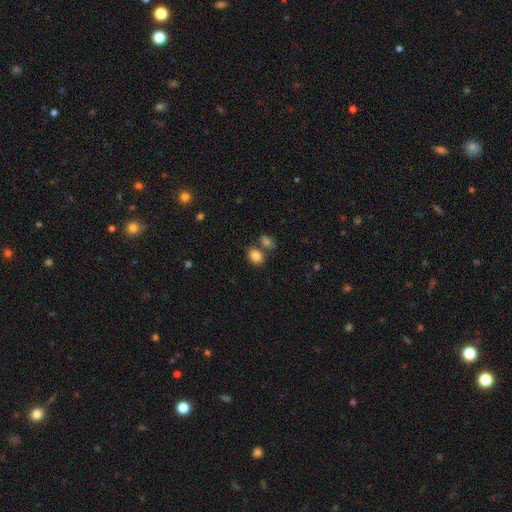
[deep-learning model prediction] smooth-or-featured: smooth: 84% | star or artifact: 10% | featured or disk: 6%
  how-rounded: in between: 63% | round: 36% | cigar-shaped: 1%
  merging: none: 62% | merger: 23% | minor disturbance: 12% | major disturbance: 4%